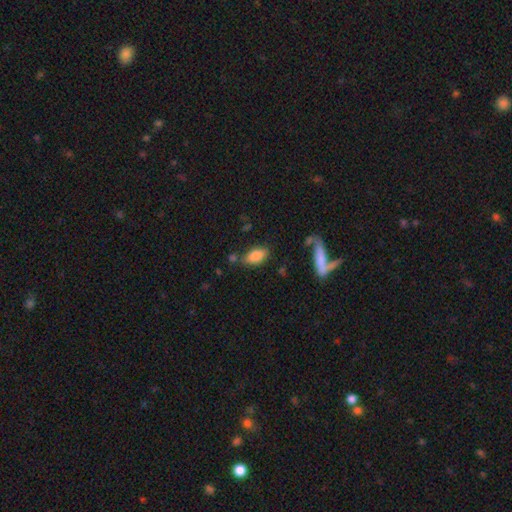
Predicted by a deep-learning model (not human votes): smooth-or-featured: smooth: 81% | featured or disk: 11% | star or artifact: 8%
  how-rounded: in between: 85% | cigar-shaped: 12% | round: 3%
  merging: none: 71% | minor disturbance: 17% | merger: 7% | major disturbance: 5%